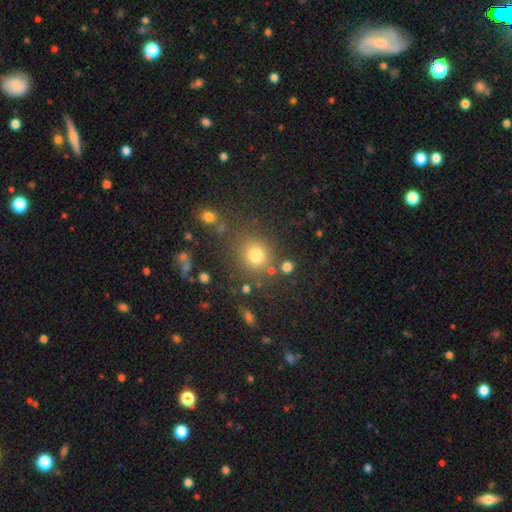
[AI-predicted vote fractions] smooth_or_featured: smooth (p=0.76) [alt: star or artifact p=0.16]
how_rounded: round (p=0.87) [alt: in between p=0.12]
merging: none (p=0.77) [alt: minor disturbance p=0.11]